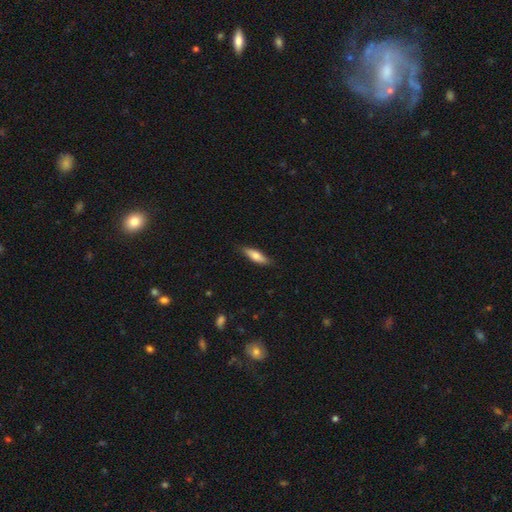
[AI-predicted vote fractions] This appears to be a smooth galaxy with no disk features (74%) that is cigar-shaped (57%). Merging: none (84%).